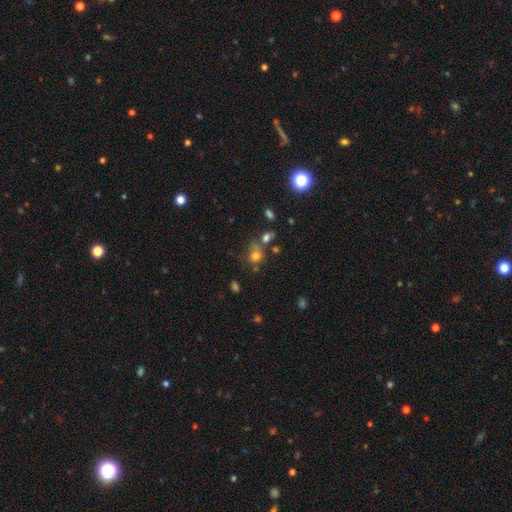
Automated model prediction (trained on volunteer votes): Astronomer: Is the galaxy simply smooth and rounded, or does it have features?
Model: smooth — 71%.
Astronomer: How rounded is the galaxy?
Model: round — 70%.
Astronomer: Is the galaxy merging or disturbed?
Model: none — 53%.